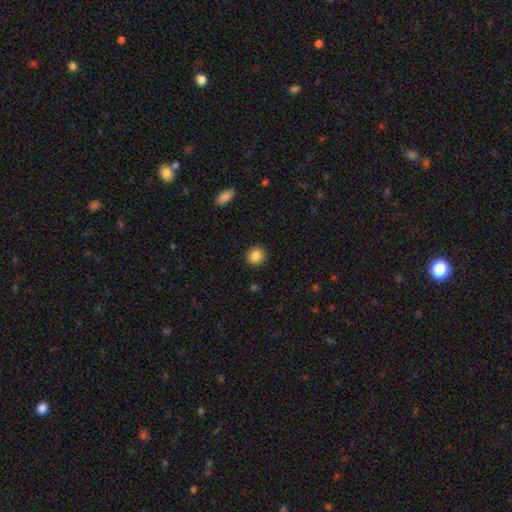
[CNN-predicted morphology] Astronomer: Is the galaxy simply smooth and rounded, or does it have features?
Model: smooth — 85%.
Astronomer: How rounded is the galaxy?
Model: round — 93%.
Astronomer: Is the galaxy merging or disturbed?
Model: none — 92%.